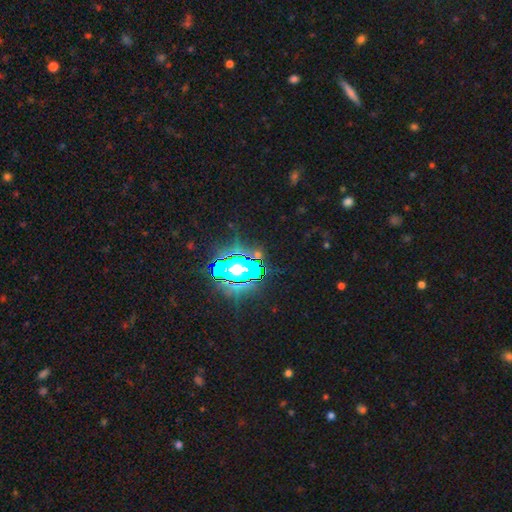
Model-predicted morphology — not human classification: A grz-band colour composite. It shows a star or artifact, not a galaxy (66%).